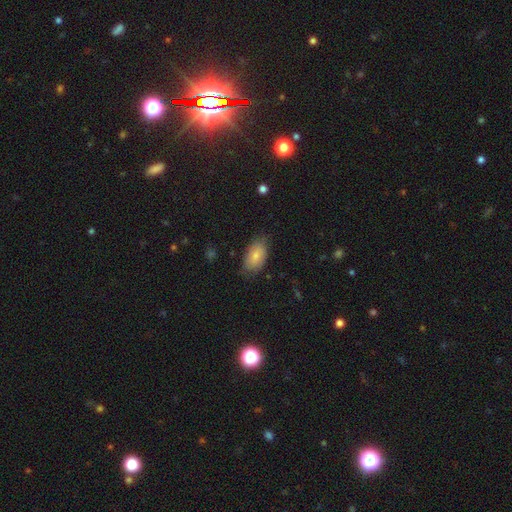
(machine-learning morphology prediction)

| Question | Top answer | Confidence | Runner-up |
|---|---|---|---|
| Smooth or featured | smooth | 80% | featured or disk (13%) |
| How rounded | in between | 93% | round (5%) |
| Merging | none | 74% | minor disturbance (20%) |